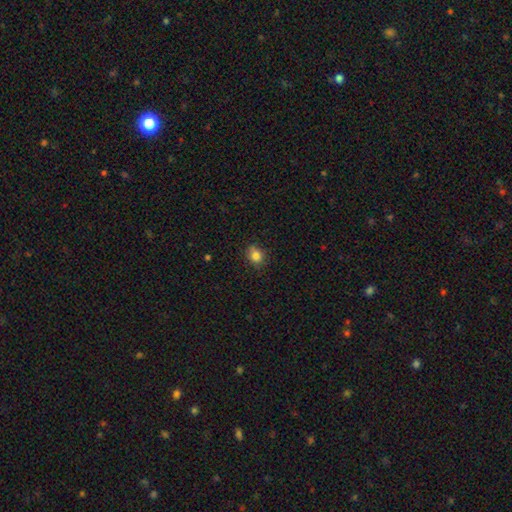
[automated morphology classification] Smooth or featured? smooth (83%)
How rounded? round (65%)
Merging? none (79%)